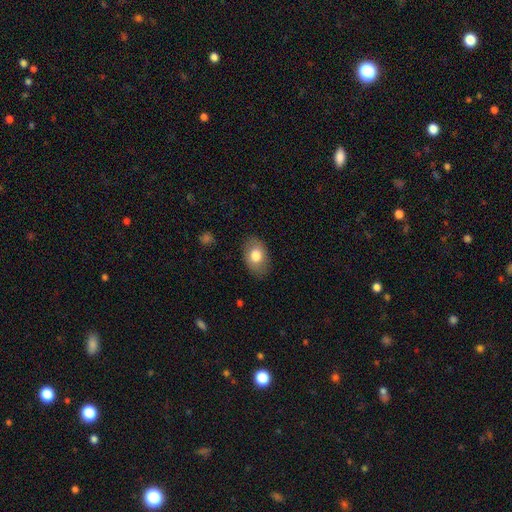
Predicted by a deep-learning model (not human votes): Q: Smooth or featured?
A: smooth (77%); runner-up: featured or disk (16%)
Q: How rounded?
A: in between (85%); runner-up: round (13%)
Q: Merging?
A: none (83%); runner-up: minor disturbance (12%)